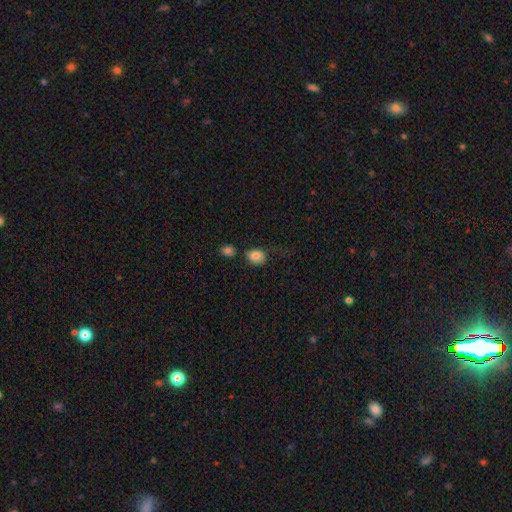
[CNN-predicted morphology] smooth 82%, star or artifact 9%, featured or disk 9%. Down the decision tree: how rounded — in between (55%); merging — none (54%).